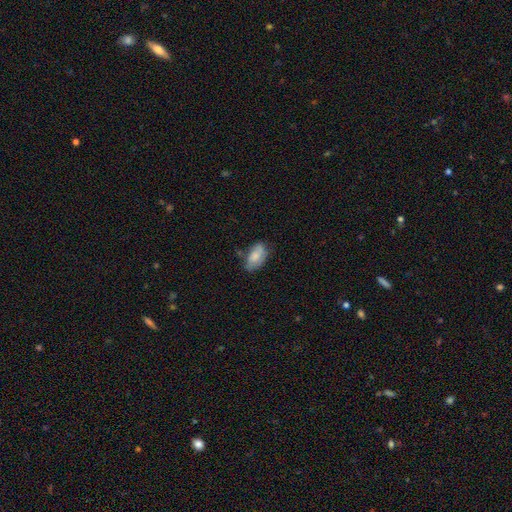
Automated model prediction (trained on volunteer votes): The model was most divided on "merging": none: 57%, minor disturbance: 30%, major disturbance: 8%, merger: 4%. More confident: how rounded — in between (92%); smooth or featured — smooth (73%).